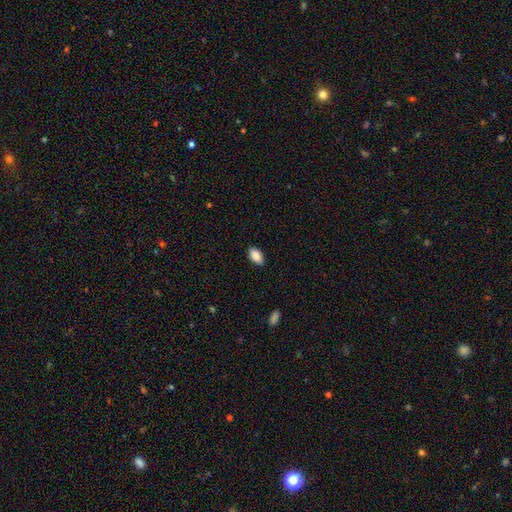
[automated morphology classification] This appears to be a smooth galaxy with no disk features (88%) that is in between round and cigar-shaped (93%). Merging: none (88%).